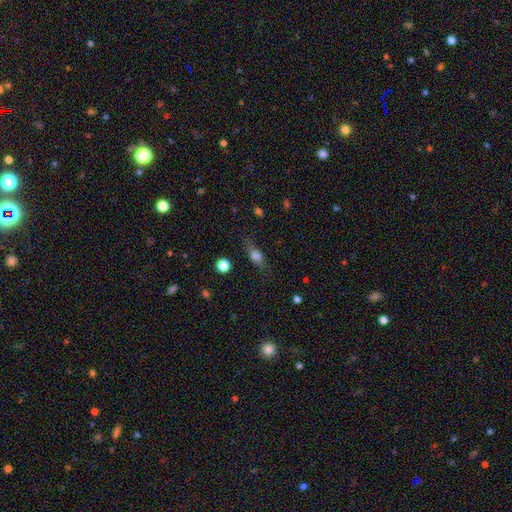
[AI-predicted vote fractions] smooth-or-featured: smooth: 67% | featured or disk: 22% | star or artifact: 11%
  how-rounded: in between: 60% | cigar-shaped: 23% | round: 18%
  merging: none: 68% | minor disturbance: 22% | major disturbance: 9% | merger: 2%